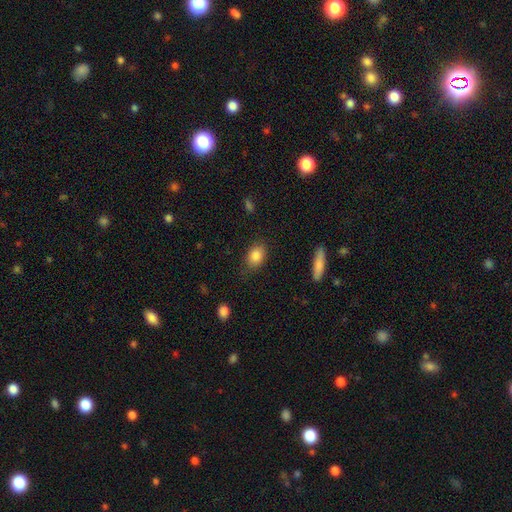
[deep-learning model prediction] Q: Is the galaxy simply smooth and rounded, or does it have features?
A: smooth — 85%.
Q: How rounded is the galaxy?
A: in between — 75%.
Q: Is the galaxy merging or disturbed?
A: none — 78%.